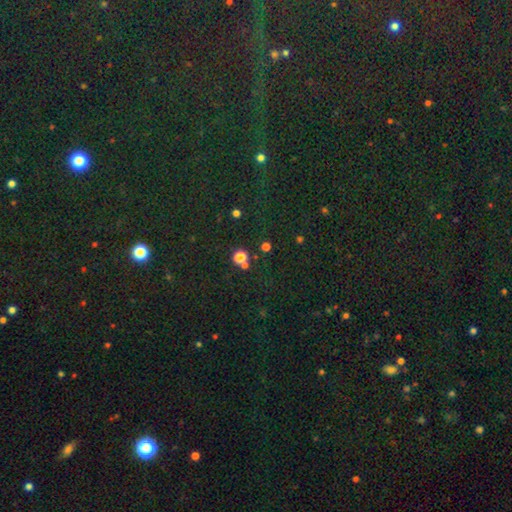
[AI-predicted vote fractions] Overall: star or artifact (80%).